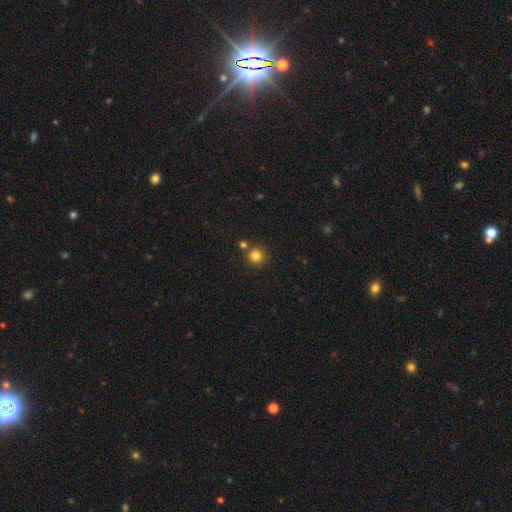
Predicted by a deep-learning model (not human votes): Smooth or featured: smooth — 82% (star or artifact — 12%)
How rounded: round — 94% (in between — 5%)
Merging: none — 79% (merger — 12%)